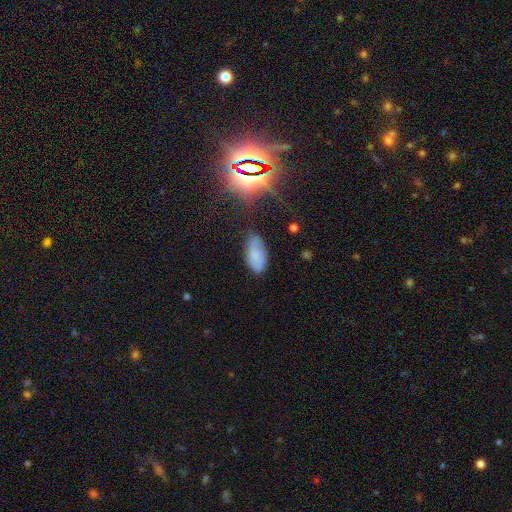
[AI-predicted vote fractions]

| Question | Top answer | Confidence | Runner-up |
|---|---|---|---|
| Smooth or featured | smooth | 68% | featured or disk (18%) |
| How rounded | in between | 93% | cigar-shaped (4%) |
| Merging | none | 66% | minor disturbance (25%) |